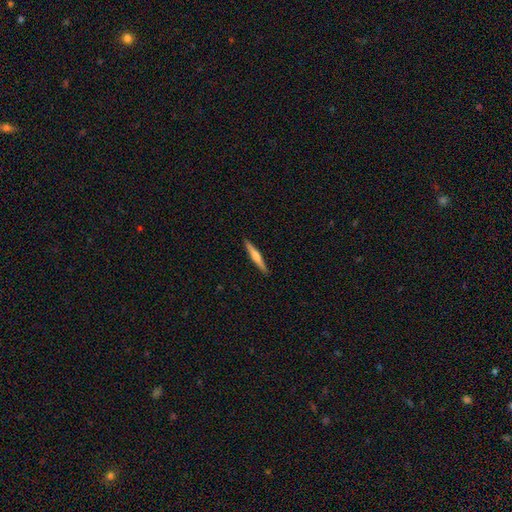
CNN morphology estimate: The model was most divided on "smooth or featured": featured or disk: 52%, smooth: 42%, star or artifact: 6%. More confident: edge-on disk — yes (97%); merging — none (92%); edge-on bulge — rounded (66%).